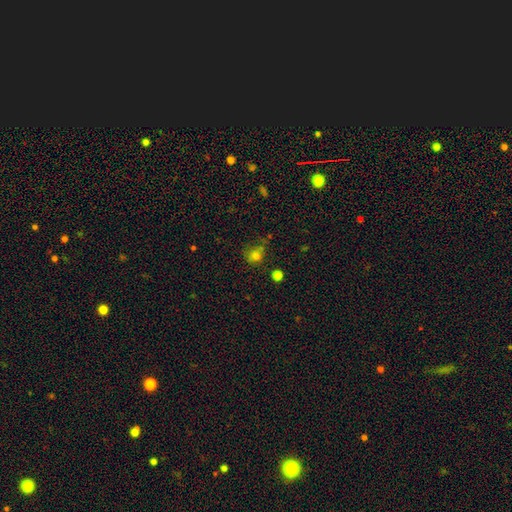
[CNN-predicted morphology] This is likely a smooth galaxy (76%). How rounded: clearly round (81%). Merging: likely none (61%).